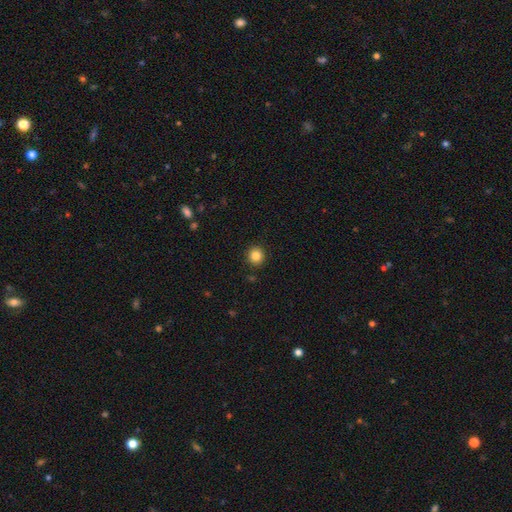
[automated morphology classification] Smooth or featured: smooth — 84% (star or artifact — 11%)
How rounded: round — 90% (in between — 9%)
Merging: none — 92% (minor disturbance — 5%)